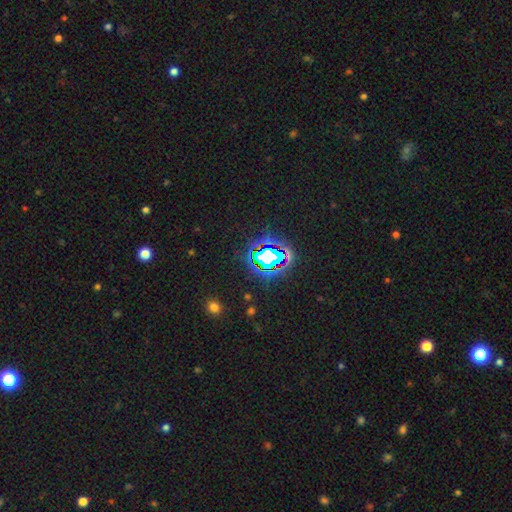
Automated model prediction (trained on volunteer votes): A star or artifact, not a galaxy (77%).